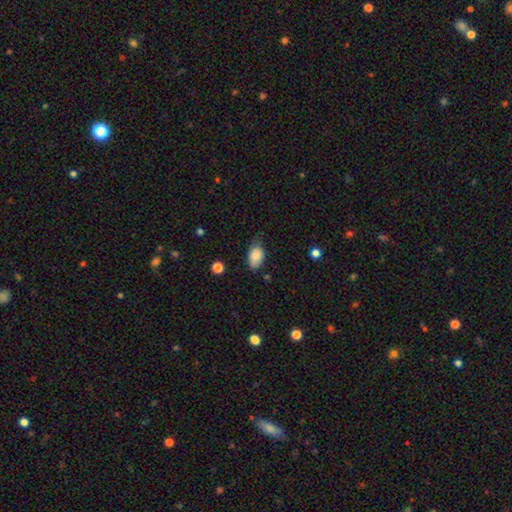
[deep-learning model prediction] A smooth galaxy with no disk features (86%) that is in between round and cigar-shaped (90%). Merging: none (57%).